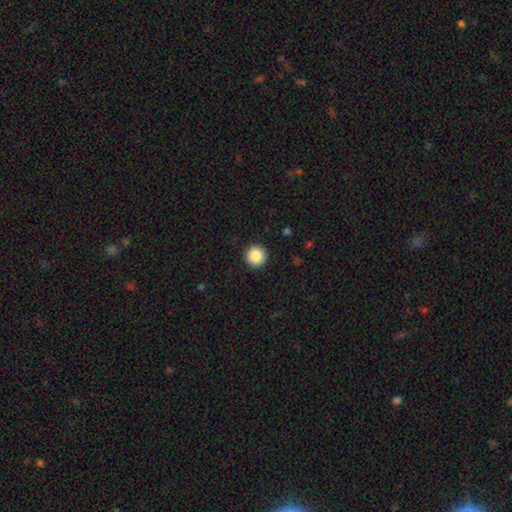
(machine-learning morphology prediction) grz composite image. It shows a smooth galaxy with no disk features (87%) that is round (96%). Merging: none (93%).